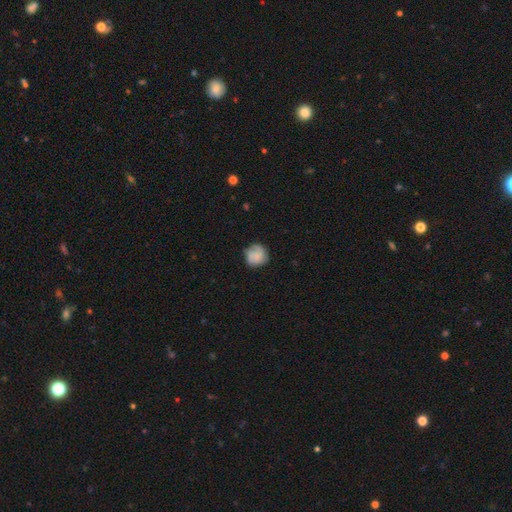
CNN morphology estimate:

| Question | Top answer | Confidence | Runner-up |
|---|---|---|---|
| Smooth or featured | smooth | 63% | featured or disk (29%) |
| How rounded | round | 85% | in between (14%) |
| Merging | none | 71% | minor disturbance (20%) |